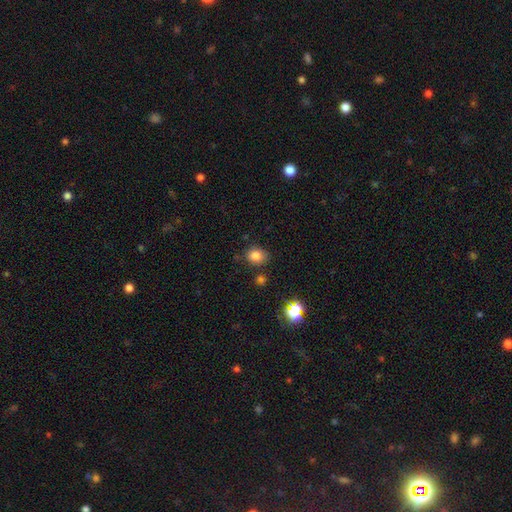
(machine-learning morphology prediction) Smooth or featured? Predicted: smooth (p=0.81). How rounded? Predicted: round (p=0.66). Merging? Predicted: none (p=0.77).